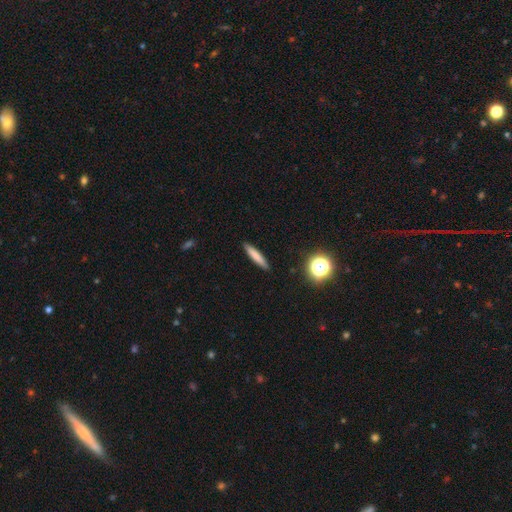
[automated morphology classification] smooth 76%, featured or disk 16%, star or artifact 9%. Down the decision tree: how rounded — cigar-shaped (90%); merging — none (90%).